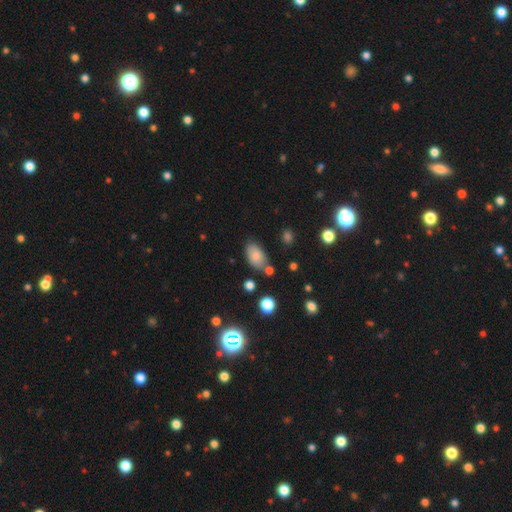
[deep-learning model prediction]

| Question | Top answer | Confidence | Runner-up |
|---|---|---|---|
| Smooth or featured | smooth | 81% | featured or disk (10%) |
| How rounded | in between | 91% | round (7%) |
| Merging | none | 73% | minor disturbance (17%) |